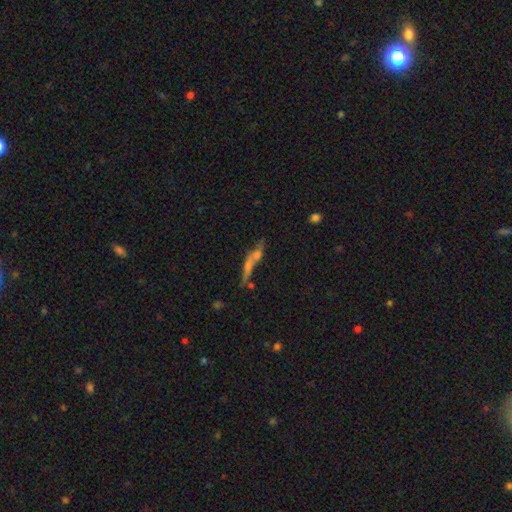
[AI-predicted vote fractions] Overall: featured or disk (47%; smooth 37%). Merging: none (43%; merger 30%).